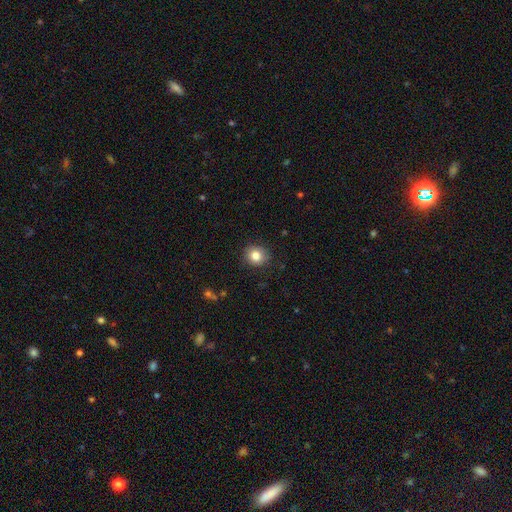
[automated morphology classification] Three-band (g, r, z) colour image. It shows a smooth galaxy with no disk features (83%) that is round (82%). Merging: none (88%).